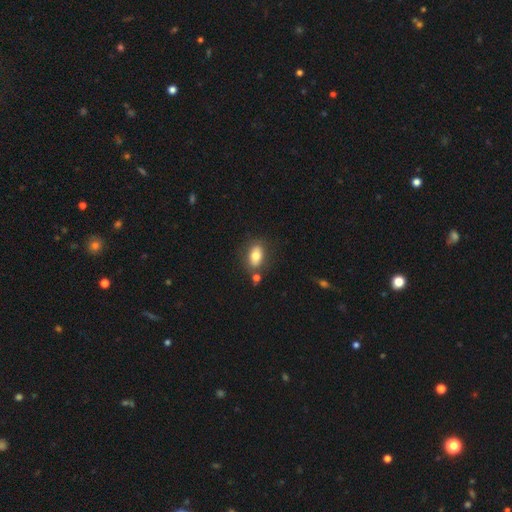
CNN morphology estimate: Smooth or featured: smooth — 75% (featured or disk — 17%)
How rounded: in between — 82% (round — 16%)
Merging: none — 69% (minor disturbance — 14%)